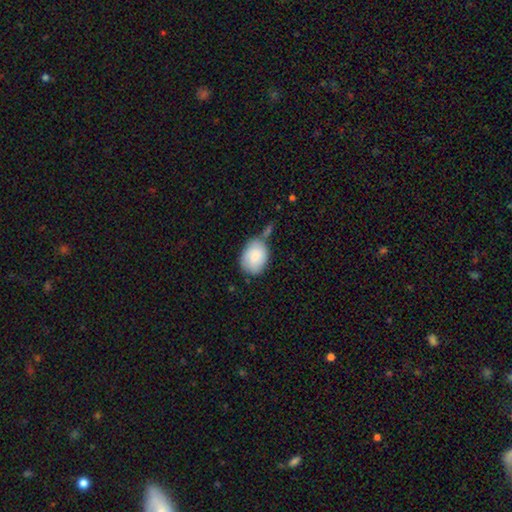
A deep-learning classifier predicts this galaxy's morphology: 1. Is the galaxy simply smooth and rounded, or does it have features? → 83% smooth, 11% featured or disk, 6% star or artifact.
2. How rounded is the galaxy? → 73% in between, 25% round, 1% cigar-shaped.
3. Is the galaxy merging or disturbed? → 54% none, 25% minor disturbance, 14% merger, 7% major disturbance.